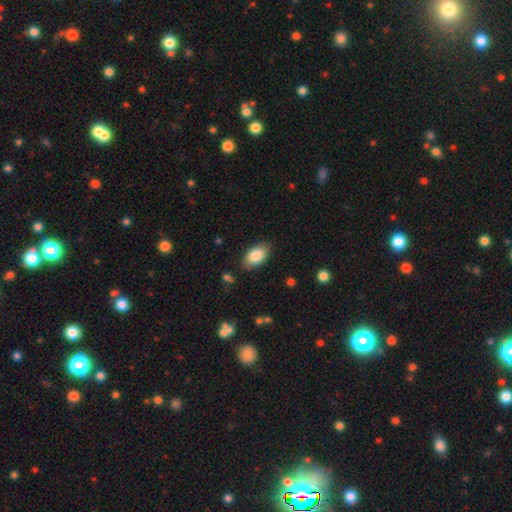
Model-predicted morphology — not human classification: smooth-or-featured: smooth: 85% | featured or disk: 9% | star or artifact: 6%
  how-rounded: in between: 93% | round: 5% | cigar-shaped: 2%
  merging: none: 82% | minor disturbance: 14% | major disturbance: 3% | merger: 1%